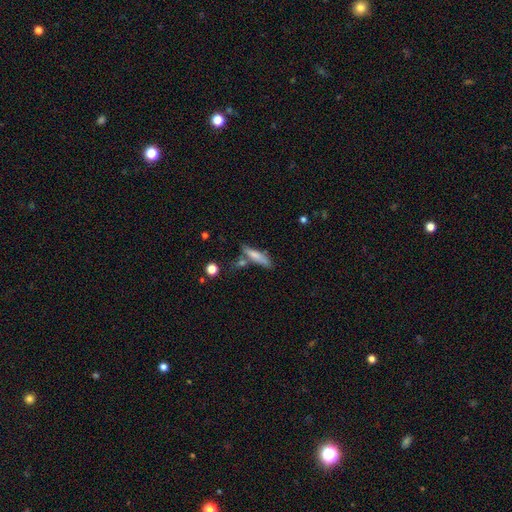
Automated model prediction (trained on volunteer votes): Smooth or featured? Predicted: smooth (p=0.70). How rounded? Predicted: cigar-shaped (p=0.77). Merging? Predicted: none (p=0.59).